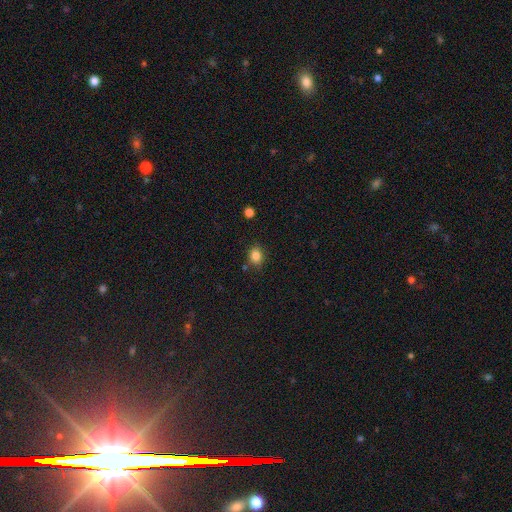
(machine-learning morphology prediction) The model was most divided on "how rounded": round: 55%, in between: 44%, cigar-shaped: 1%. More confident: smooth or featured — smooth (84%); merging — none (81%).